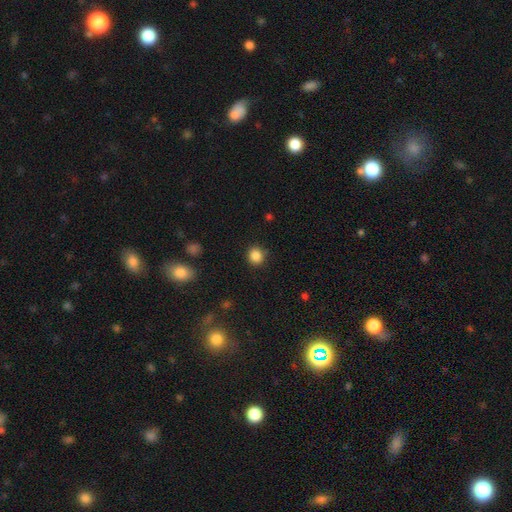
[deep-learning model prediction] Morphology: type=smooth (86%); roundness=round (87%); merging=none (87%).